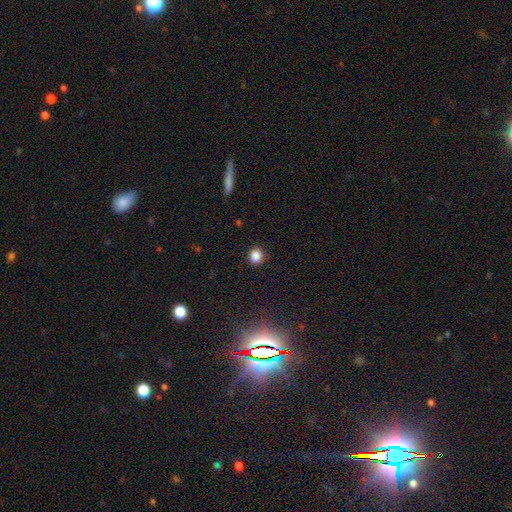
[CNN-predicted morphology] type=smooth (85%); roundness=round (75%); merging=none (89%).